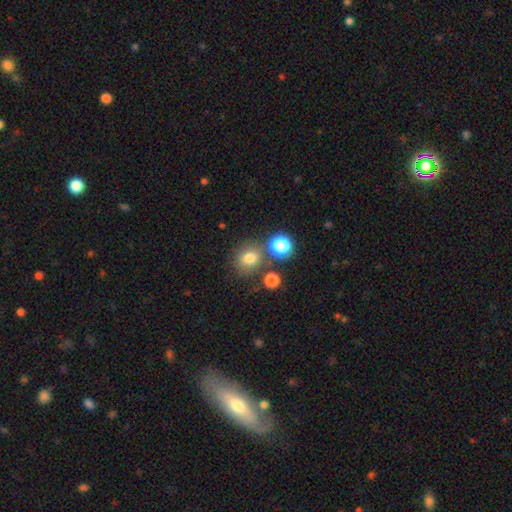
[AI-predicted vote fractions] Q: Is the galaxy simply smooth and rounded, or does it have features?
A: smooth — 47%.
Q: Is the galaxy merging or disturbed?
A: none — 75%.